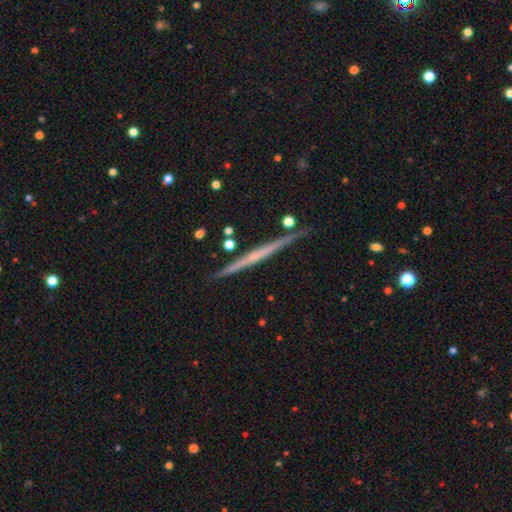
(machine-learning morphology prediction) Smooth or featured?
  - featured or disk: 68% *
  - smooth: 25%
  - star or artifact: 6%
Edge-on disk?
  - yes: 98% *
  - no: 2%
Edge-on bulge?
  - none: 74% *
  - rounded: 20%
  - boxy: 6%
Merging?
  - none: 89% *
  - minor disturbance: 8%
  - merger: 2%
  - major disturbance: 2%